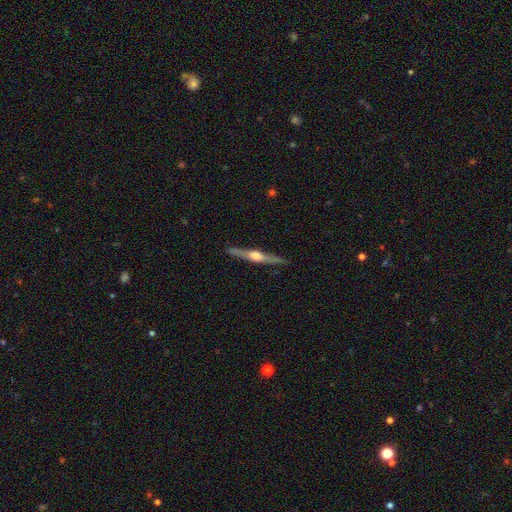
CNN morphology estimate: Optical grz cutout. It shows a featured or disk galaxy (78%) viewed edge-on (98%) with a rounded central bulge (87%). Merging: none (89%).